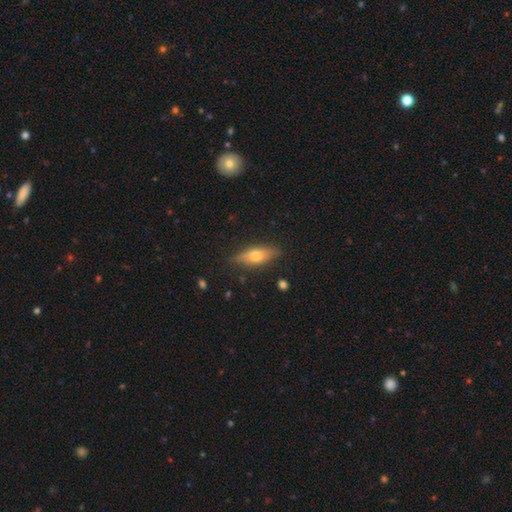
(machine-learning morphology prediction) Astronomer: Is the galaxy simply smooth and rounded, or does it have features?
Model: featured or disk — 47% (runner-up: smooth, 45%).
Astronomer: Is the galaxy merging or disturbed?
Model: none — 85%.